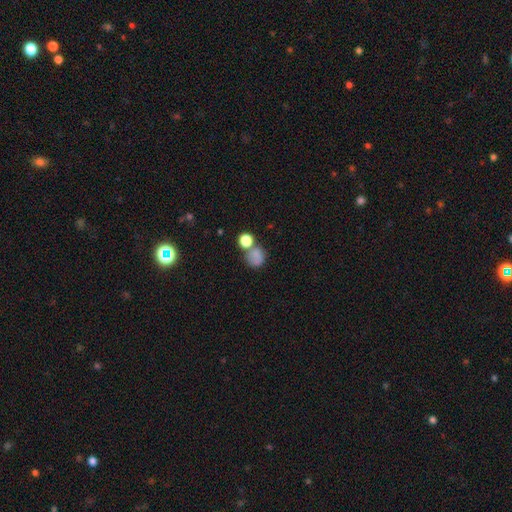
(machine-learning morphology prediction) A smooth galaxy with no disk features (79%) that is round (79%).

Vote fractions:
- Smooth or featured? smooth: 79% / star or artifact: 13% / featured or disk: 9%
- How rounded? round: 79% / in between: 20% / cigar-shaped: 1%
- Merging? none: 47% / merger: 32% / minor disturbance: 13% / major disturbance: 8%